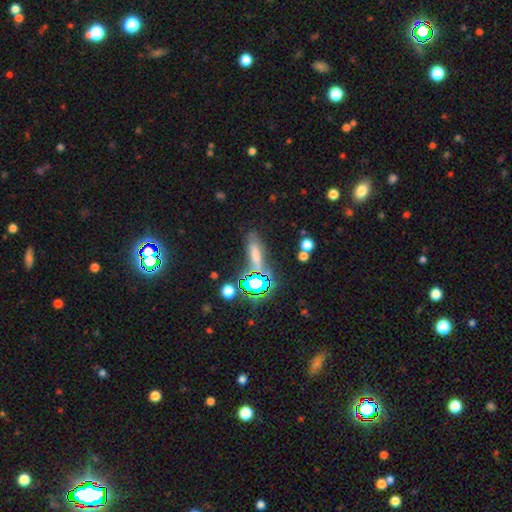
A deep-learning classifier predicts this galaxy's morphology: A smooth galaxy with no disk features (44%).

Vote fractions:
- Smooth or featured? smooth: 44% / star or artifact: 39% / featured or disk: 16%
- Merging? none: 67% / minor disturbance: 15% / merger: 11% / major disturbance: 7%